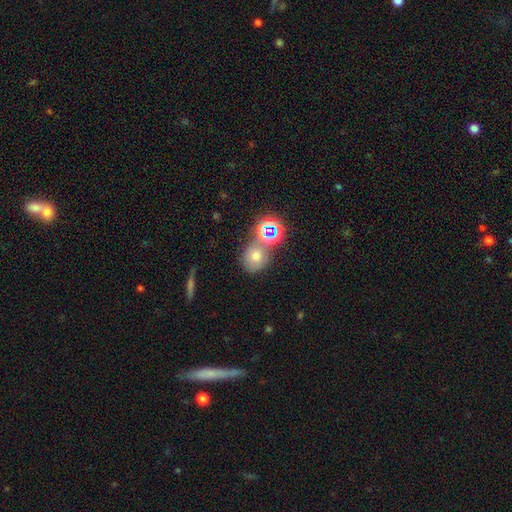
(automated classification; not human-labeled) A smooth galaxy with no disk features (54%) that is round (69%). Merging: none (55%).